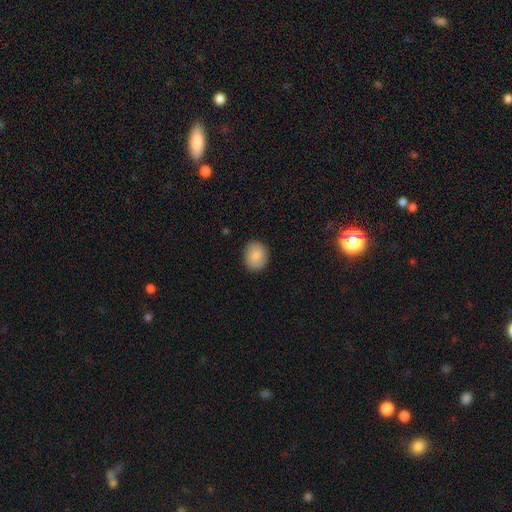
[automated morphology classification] A smooth galaxy with no disk features (88%) that is round (62%).

Vote fractions:
- Smooth or featured? smooth: 88% / star or artifact: 7% / featured or disk: 5%
- How rounded? round: 62% / in between: 37% / cigar-shaped: 1%
- Merging? none: 88% / minor disturbance: 9% / major disturbance: 2% / merger: 1%